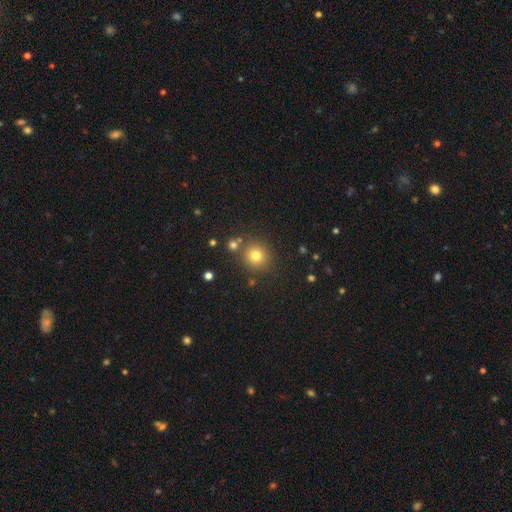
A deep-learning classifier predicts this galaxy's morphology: type=smooth (76%); roundness=round (92%); merging=none (82%).